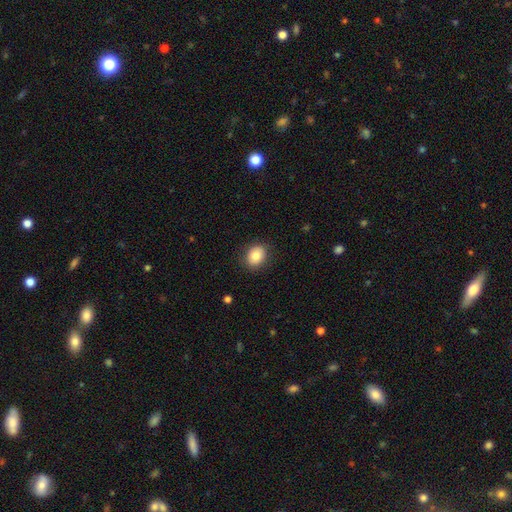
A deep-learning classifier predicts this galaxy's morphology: Smooth or featured? smooth (81%)
How rounded? round (55%)
Merging? none (87%)